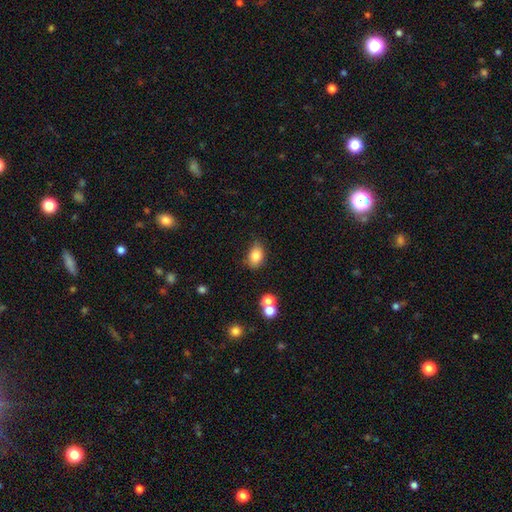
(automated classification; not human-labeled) Morphology: type=smooth (81%); roundness=in between (83%); merging=none (74%).